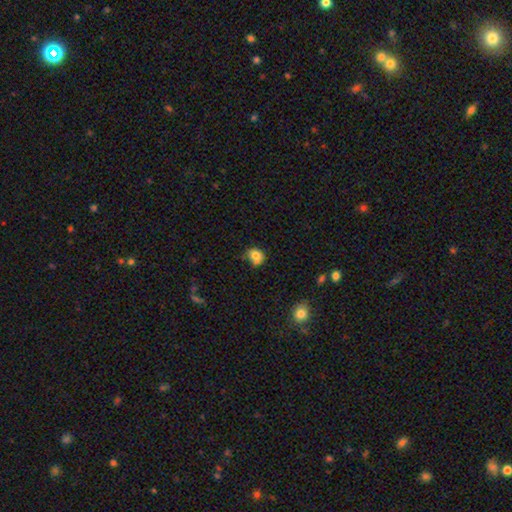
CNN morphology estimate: The model was most divided on "merging": none: 49%, minor disturbance: 26%, merger: 17%, major disturbance: 8%. More confident: smooth or featured — smooth (77%); how rounded — round (61%).